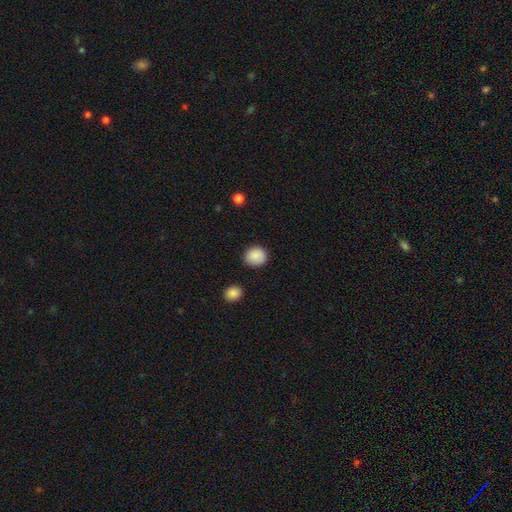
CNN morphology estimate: A smooth galaxy with no disk features (89%) that is round (85%). Merging: none (87%).